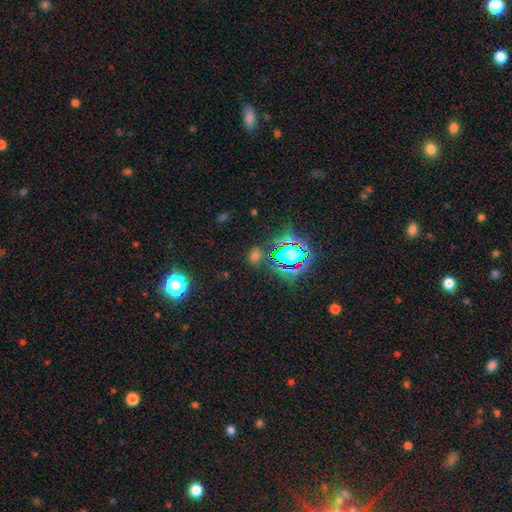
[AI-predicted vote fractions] A smooth galaxy with no disk features (48%).

Vote fractions:
- Smooth or featured? smooth: 48% / star or artifact: 45% / featured or disk: 7%
- Merging? none: 79% / minor disturbance: 11% / merger: 5% / major disturbance: 5%